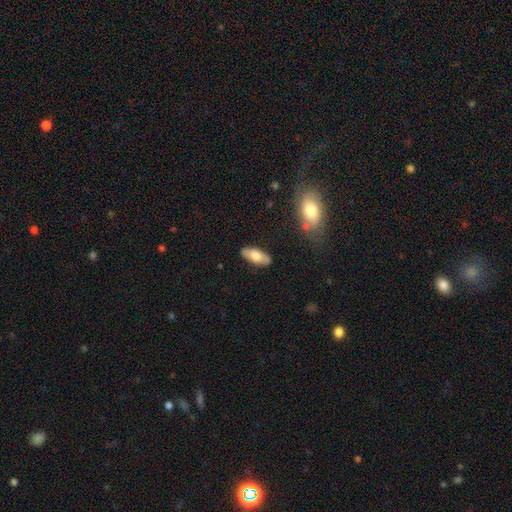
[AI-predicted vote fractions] Smooth or featured?
  - smooth: 72% *
  - featured or disk: 21%
  - star or artifact: 6%
How rounded?
  - in between: 79% *
  - cigar-shaped: 18%
  - round: 2%
Merging?
  - none: 84% *
  - minor disturbance: 12%
  - major disturbance: 2%
  - merger: 2%